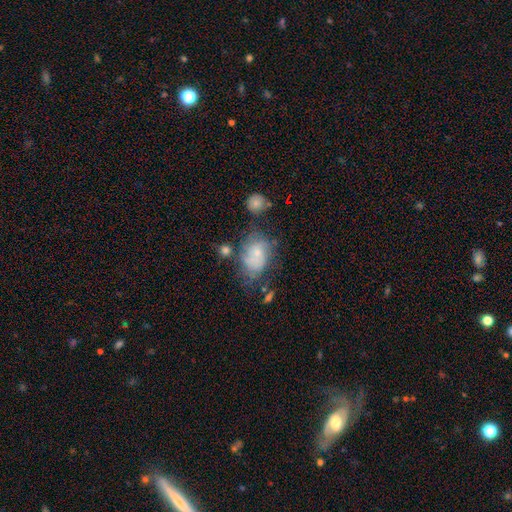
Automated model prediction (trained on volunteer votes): The model was most divided on "merging": none: 43%, minor disturbance: 28%, major disturbance: 19%, merger: 11%. More confident: how rounded — in between (70%); smooth or featured — smooth (54%).